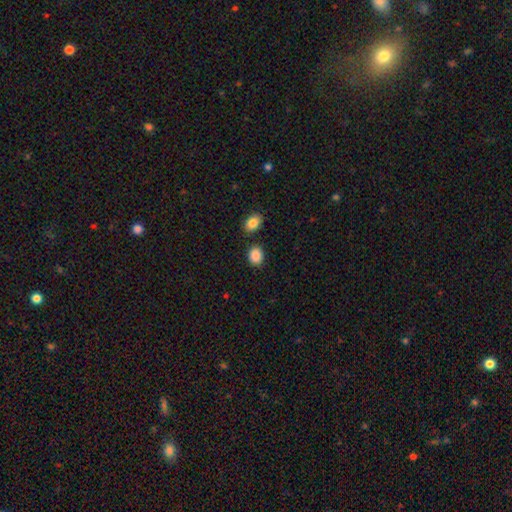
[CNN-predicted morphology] Smooth or featured? smooth (88%)
How rounded? round (53%)
Merging? none (82%)